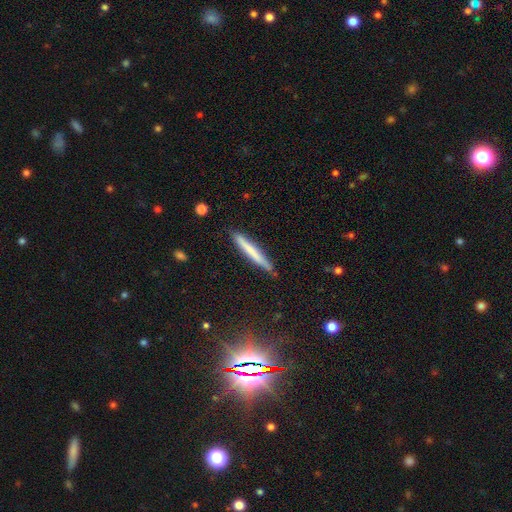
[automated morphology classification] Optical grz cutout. It shows a smooth galaxy with no disk features (65%) that is cigar-shaped (96%). Merging: none (85%).